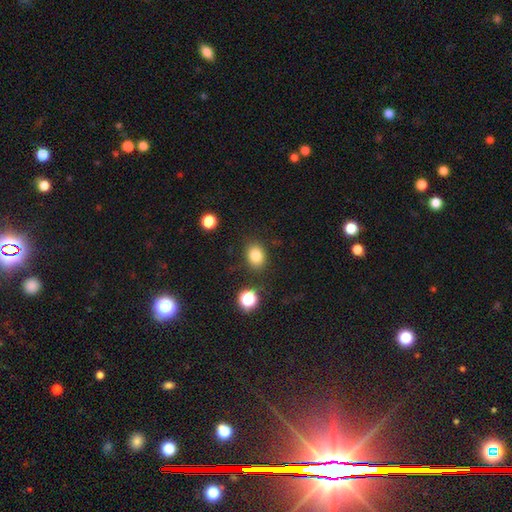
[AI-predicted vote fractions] This appears to be a smooth galaxy with no disk features (82%) that is in between round and cigar-shaped (57%). Merging: none (83%).